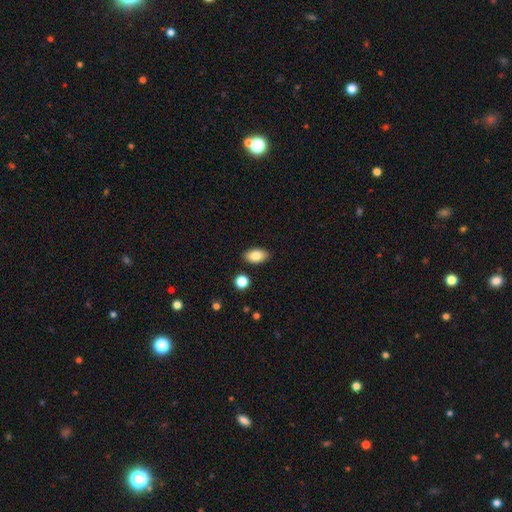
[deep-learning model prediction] Smooth or featured: smooth — 85% (star or artifact — 8%)
How rounded: in between — 91% (round — 7%)
Merging: none — 87% (minor disturbance — 9%)